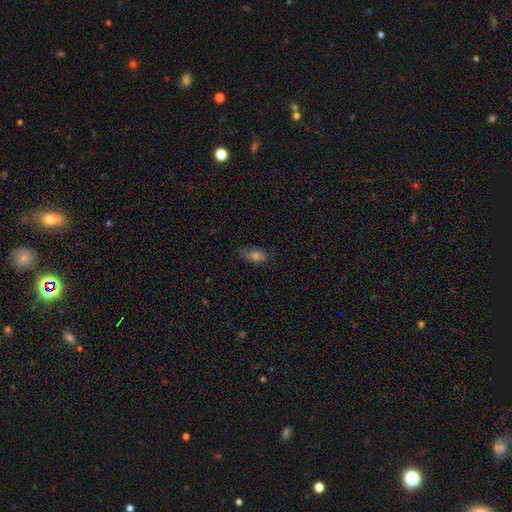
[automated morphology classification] This appears to be a smooth galaxy with no disk features (62%) that is in between round and cigar-shaped (79%). Merging: none (71%).